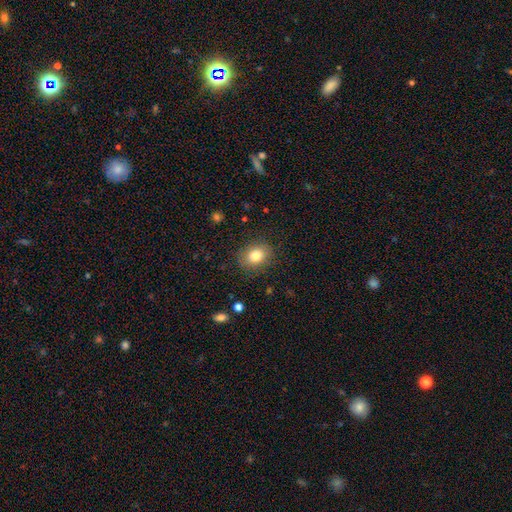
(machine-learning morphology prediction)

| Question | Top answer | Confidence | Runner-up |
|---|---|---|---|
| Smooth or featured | smooth | 82% | star or artifact (10%) |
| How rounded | round | 51% | in between (48%) |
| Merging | none | 85% | minor disturbance (11%) |